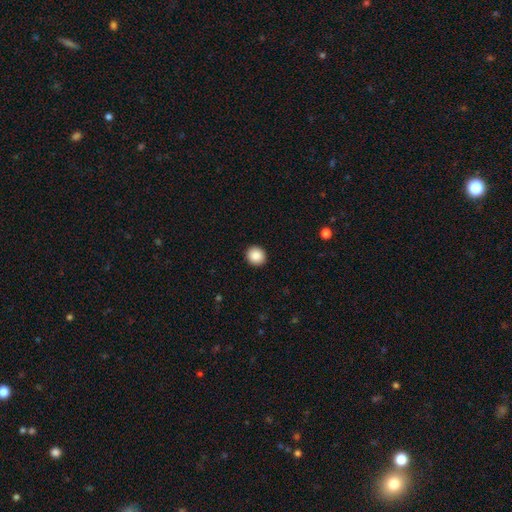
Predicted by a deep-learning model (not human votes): Q: Smooth or featured?
A: smooth (88%); runner-up: star or artifact (8%)
Q: How rounded?
A: round (90%); runner-up: in between (9%)
Q: Merging?
A: none (93%); runner-up: minor disturbance (5%)